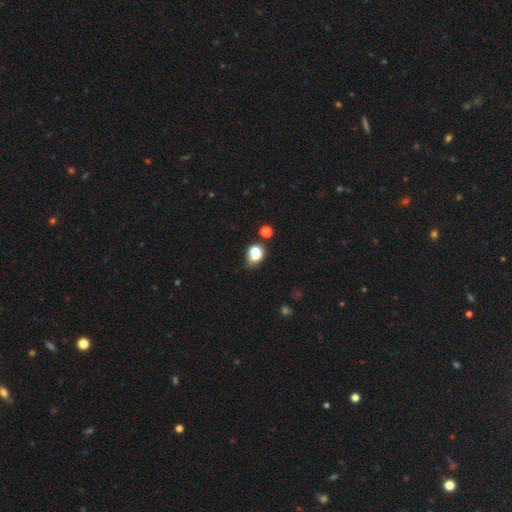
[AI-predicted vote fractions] Smooth or featured? Predicted: smooth (p=0.74). How rounded? Predicted: round (p=0.50). Merging? Predicted: none (p=0.45).